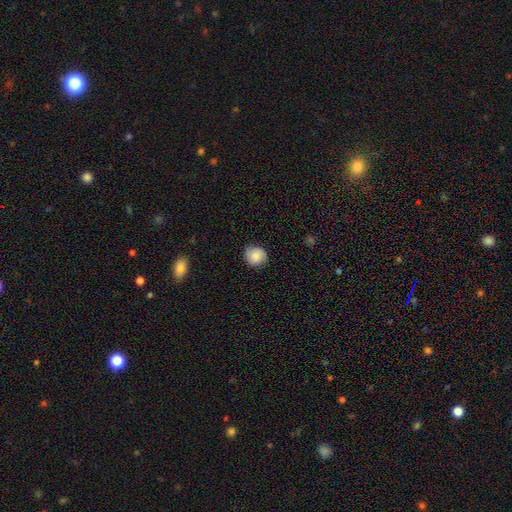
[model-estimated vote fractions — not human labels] Morphology: type=smooth (81%); roundness=round (85%); merging=none (84%).